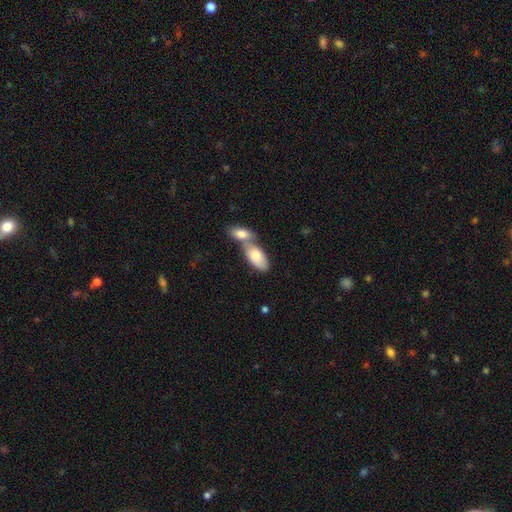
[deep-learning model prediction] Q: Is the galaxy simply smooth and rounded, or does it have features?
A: smooth — 79%.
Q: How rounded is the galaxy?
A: in between — 92%.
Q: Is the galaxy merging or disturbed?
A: merger — 64%.